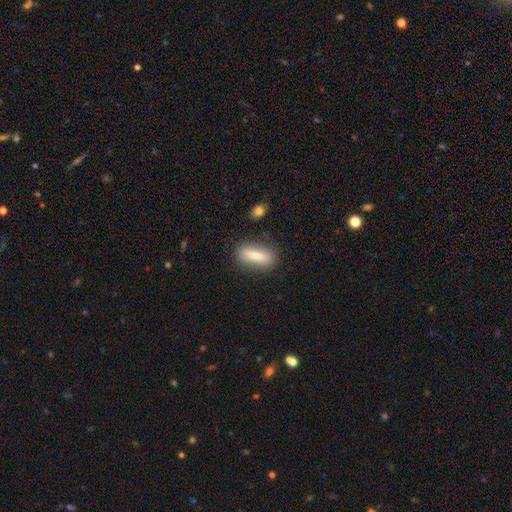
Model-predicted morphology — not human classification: This appears to be a smooth galaxy with no disk features (78%) that is in between round and cigar-shaped (60%). Merging: none (81%).